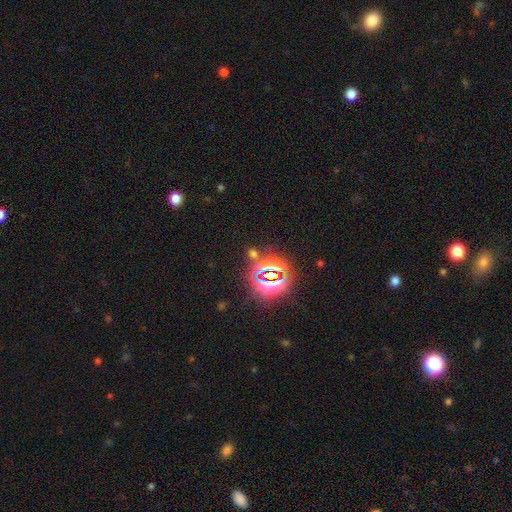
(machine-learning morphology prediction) Smooth or featured? star or artifact (77%)